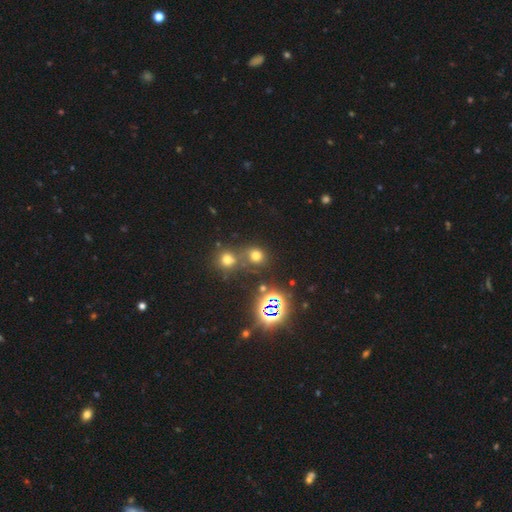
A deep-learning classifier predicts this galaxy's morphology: This is possibly a smooth galaxy (58%). How rounded: clearly round (81%). Merging: possibly none (59%).